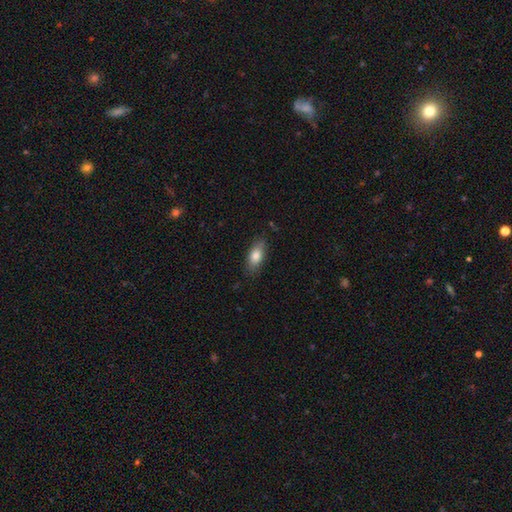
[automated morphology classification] A smooth galaxy with no disk features (80%) that is in between round and cigar-shaped (84%).

Vote fractions:
- Smooth or featured? smooth: 80% / featured or disk: 13% / star or artifact: 7%
- How rounded? in between: 84% / cigar-shaped: 12% / round: 3%
- Merging? none: 82% / minor disturbance: 14% / major disturbance: 3% / merger: 1%